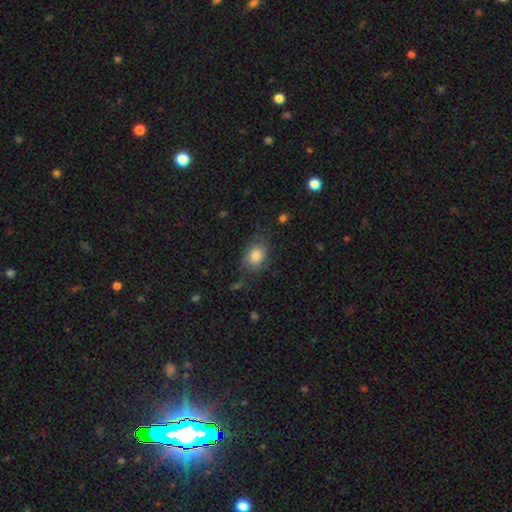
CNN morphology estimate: smooth_or_featured: smooth (p=0.76) [alt: featured or disk p=0.15]
how_rounded: in between (p=0.69) [alt: round p=0.29]
merging: none (p=0.64) [alt: minor disturbance p=0.24]